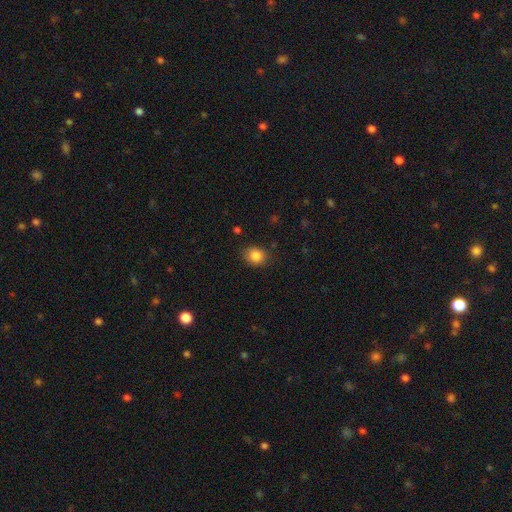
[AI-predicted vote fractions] smooth_or_featured: smooth (p=0.85) [alt: star or artifact p=0.10]
how_rounded: round (p=0.57) [alt: in between p=0.42]
merging: none (p=0.82) [alt: minor disturbance p=0.13]